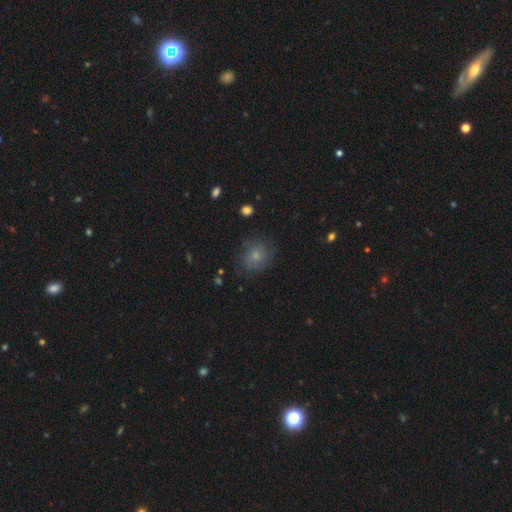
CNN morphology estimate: Smooth or featured? Predicted: smooth (p=0.67). How rounded? Predicted: round (p=0.78). Merging? Predicted: none (p=0.74).